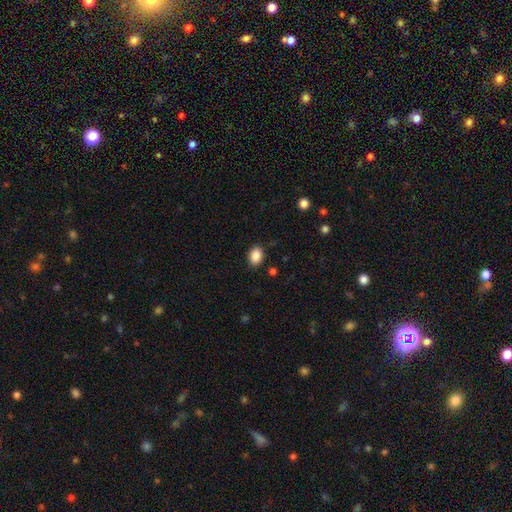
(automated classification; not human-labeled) Overall: smooth (88%). How rounded: in between (74%). Merging: none (87%).